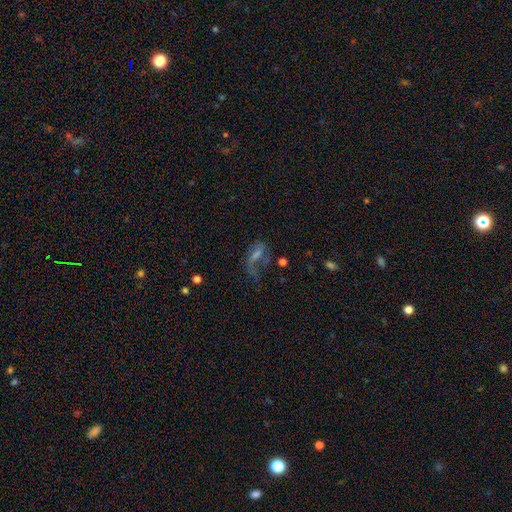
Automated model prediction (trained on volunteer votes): Q: Smooth or featured?
A: featured or disk (50%); runner-up: smooth (31%)
Q: Edge-on disk?
A: no (88%); runner-up: yes (12%)
Q: Merging?
A: major disturbance (44%); runner-up: none (31%)